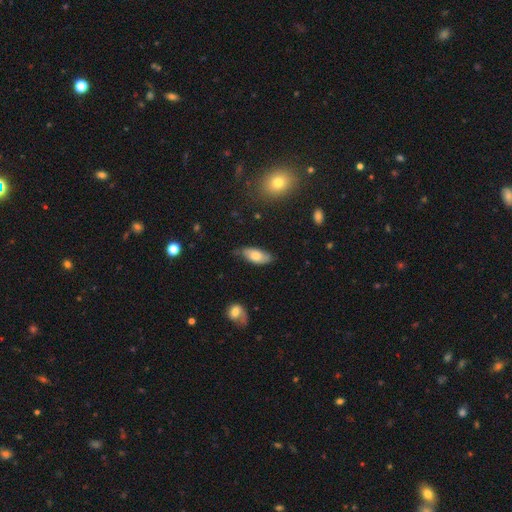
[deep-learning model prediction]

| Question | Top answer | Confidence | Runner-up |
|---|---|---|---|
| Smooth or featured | smooth | 64% | featured or disk (29%) |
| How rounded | in between | 86% | cigar-shaped (11%) |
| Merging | none | 62% | minor disturbance (28%) |